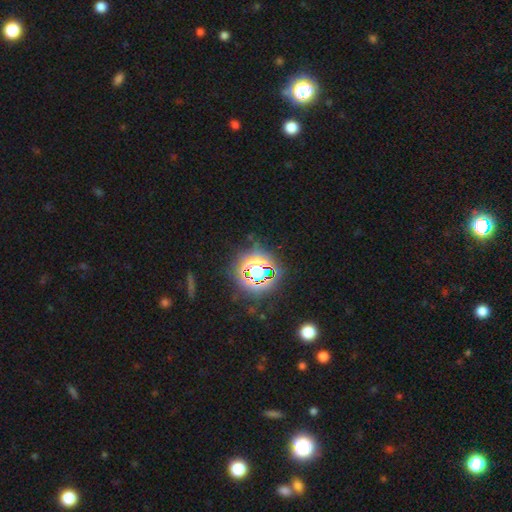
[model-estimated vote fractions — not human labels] Q: Smooth or featured?
A: star or artifact (78%); runner-up: smooth (14%)